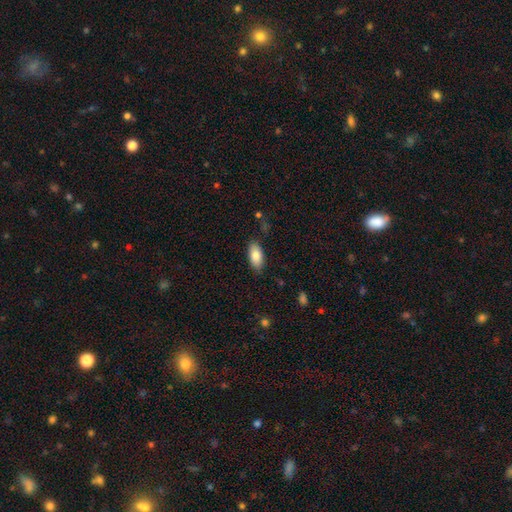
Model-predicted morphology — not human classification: This is clearly a smooth galaxy (83%). How rounded: clearly in between (90%). Merging: clearly none (85%).